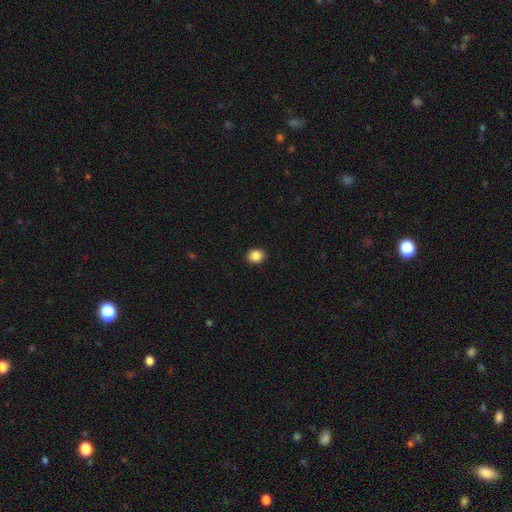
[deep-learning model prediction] This appears to be a smooth galaxy with no disk features (86%) that is round (59%). Merging: none (91%).